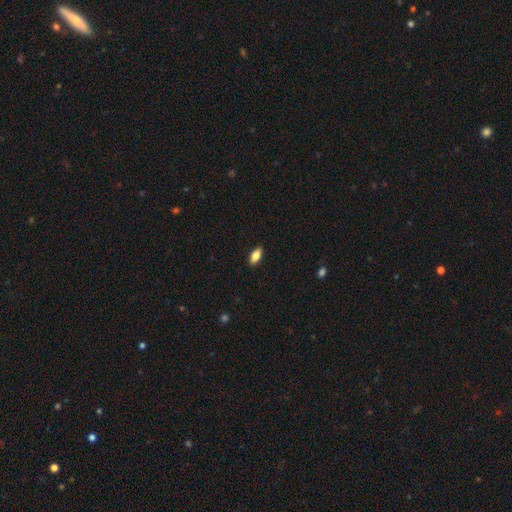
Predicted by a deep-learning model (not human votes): smooth_or_featured: smooth (p=0.82) [alt: featured or disk p=0.11]
how_rounded: in between (p=0.88) [alt: cigar-shaped p=0.09]
merging: none (p=0.90) [alt: minor disturbance p=0.07]